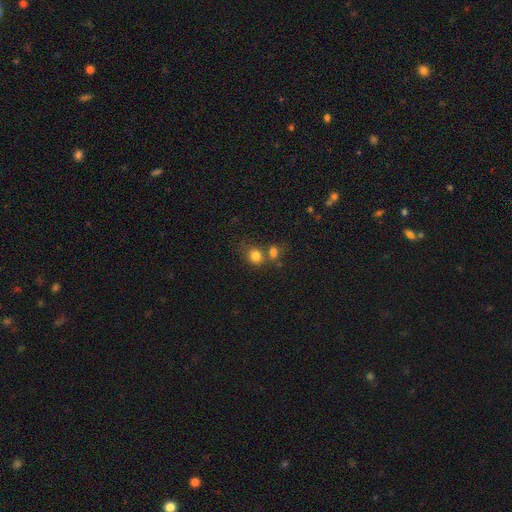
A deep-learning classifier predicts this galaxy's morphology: This is likely a smooth galaxy (80%). How rounded: likely round (64%). Merging: possibly none (47%).